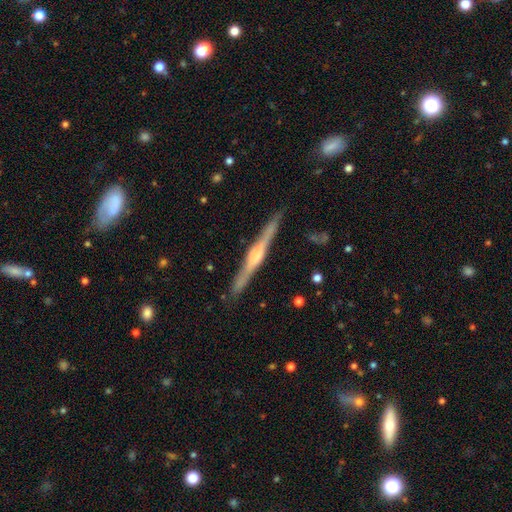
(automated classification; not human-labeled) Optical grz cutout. It shows a featured or disk galaxy (80%) viewed edge-on (98%) with a rounded central bulge (68%). Merging: none (89%).